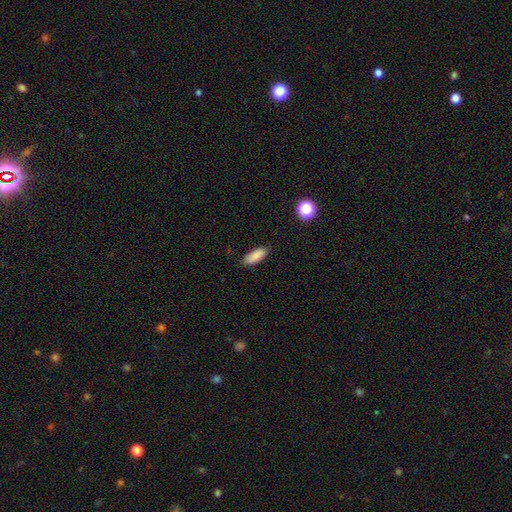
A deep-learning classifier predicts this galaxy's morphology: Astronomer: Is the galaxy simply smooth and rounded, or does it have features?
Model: smooth — 88%.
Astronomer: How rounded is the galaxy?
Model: in between — 74%.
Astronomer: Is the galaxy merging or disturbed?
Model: none — 85%.